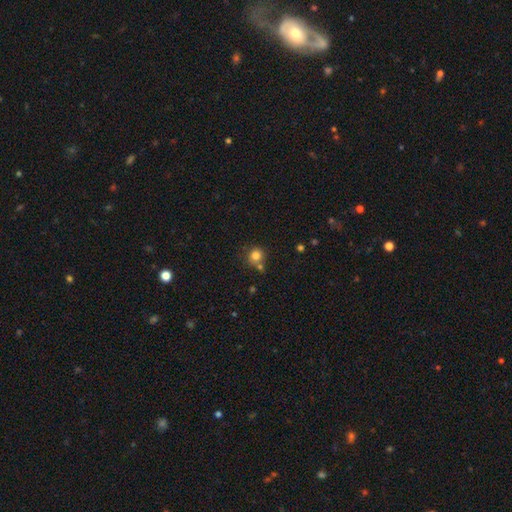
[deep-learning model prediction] Overall: smooth (81%). How rounded: round (89%). Merging: none (64%).